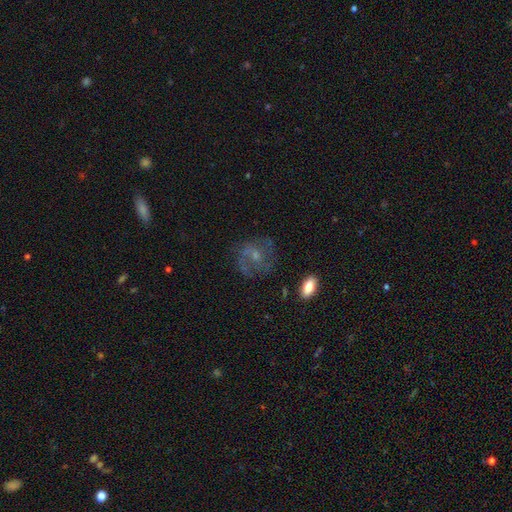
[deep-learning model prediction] Q: Smooth or featured?
A: featured or disk (65%); runner-up: smooth (24%)
Q: Edge-on disk?
A: no (97%); runner-up: yes (3%)
Q: Bar?
A: no (60%); runner-up: weak (34%)
Q: Spiral arms?
A: yes (78%); runner-up: no (22%)
Q: Bulge size?
A: small (57%); runner-up: moderate (30%)
Q: Merging?
A: none (63%); runner-up: minor disturbance (19%)